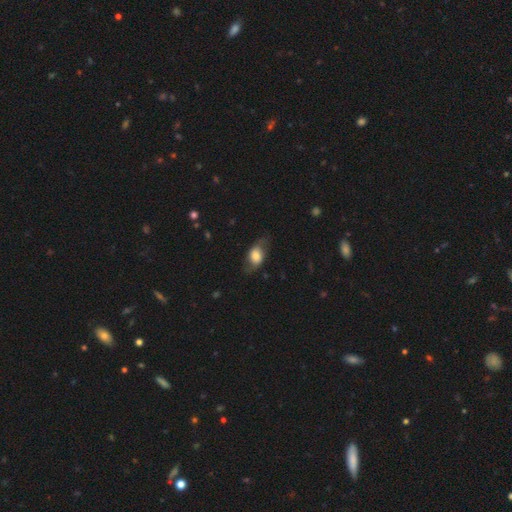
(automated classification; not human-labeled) Overall: smooth (62%; featured or disk 31%). How rounded: in between (78%). Merging: none (65%).